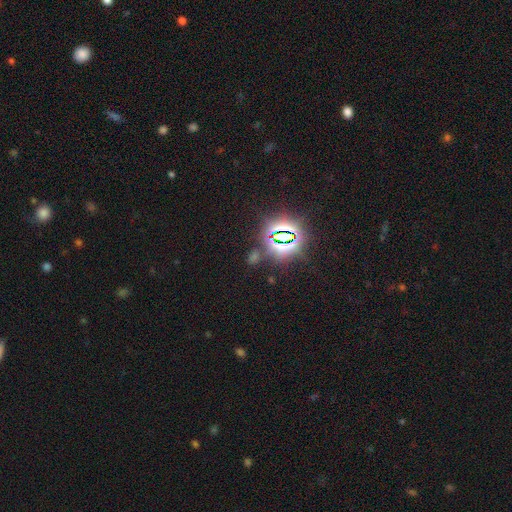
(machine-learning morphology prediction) A star or artifact, not a galaxy (80%).